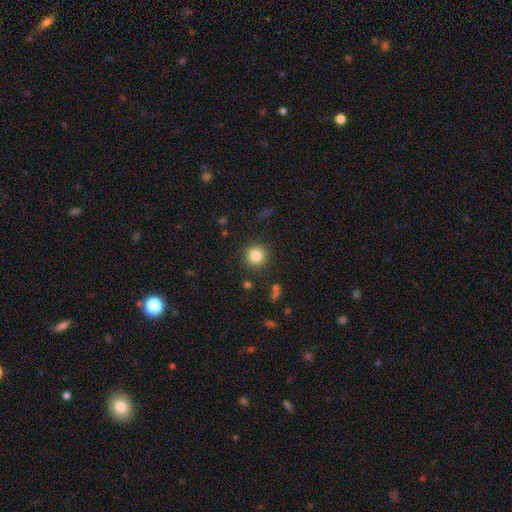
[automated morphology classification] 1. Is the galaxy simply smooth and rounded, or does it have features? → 83% smooth, 11% star or artifact, 6% featured or disk.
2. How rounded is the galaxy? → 94% round, 5% in between, 1% cigar-shaped.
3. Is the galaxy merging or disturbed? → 90% none, 6% minor disturbance, 2% major disturbance, 2% merger.